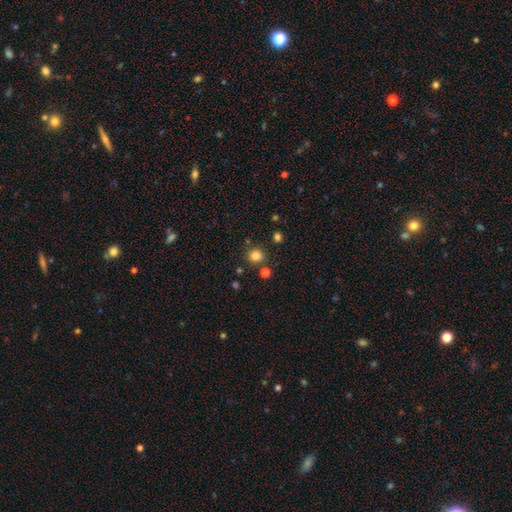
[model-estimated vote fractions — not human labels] smooth 82%, star or artifact 14%, featured or disk 5%. Down the decision tree: how rounded — round (86%); merging — none (83%).